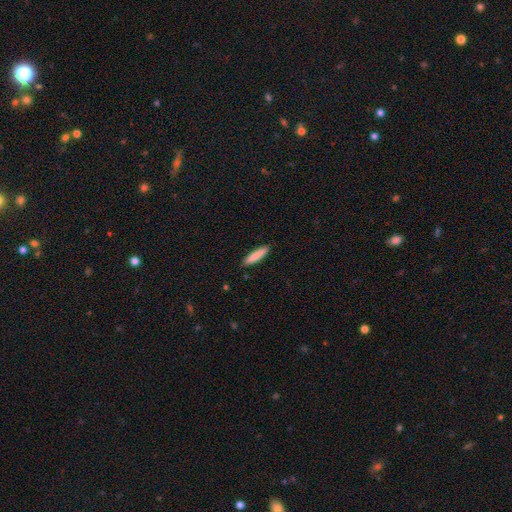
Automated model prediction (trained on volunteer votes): smooth_or_featured: smooth (p=0.84) [alt: featured or disk p=0.10]
how_rounded: cigar-shaped (p=0.86) [alt: in between p=0.13]
merging: none (p=0.90) [alt: minor disturbance p=0.07]